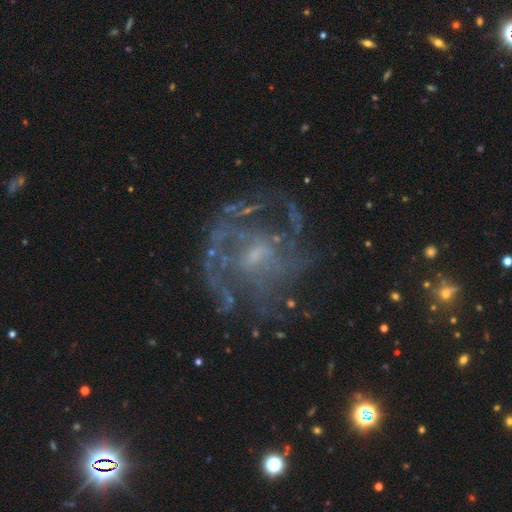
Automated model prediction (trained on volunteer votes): Smooth or featured: featured or disk — 79% (star or artifact — 12%)
Edge-on disk: no — 98% (yes — 2%)
Bar: no — 48% (weak — 43%)
Spiral arms: yes — 77% (no — 23%)
Spiral winding: medium — 41% (tight — 39%)
Spiral arm count: can't tell — 46% (3 — 15%)
Bulge size: small — 53% (moderate — 23%)
Merging: none — 62% (major disturbance — 20%)